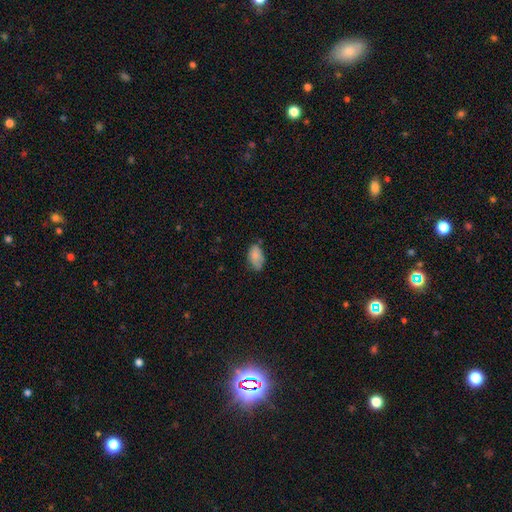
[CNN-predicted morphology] type=smooth (82%); roundness=in between (92%); merging=none (60%).